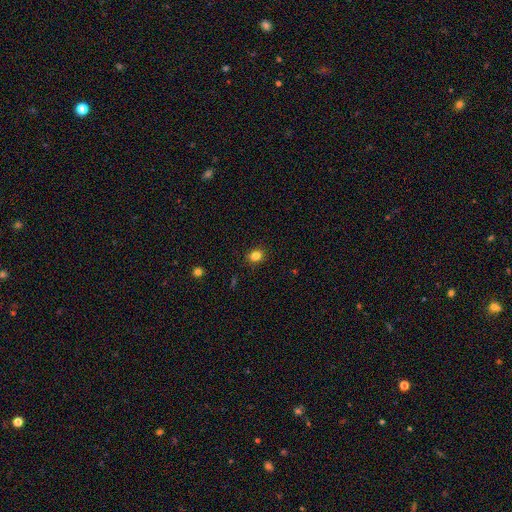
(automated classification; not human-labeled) Smooth or featured?
  - smooth: 84% *
  - star or artifact: 12%
  - featured or disk: 4%
How rounded?
  - in between: 50% *
  - round: 49%
  - cigar-shaped: 1%
Merging?
  - none: 88% *
  - minor disturbance: 9%
  - major disturbance: 2%
  - merger: 1%